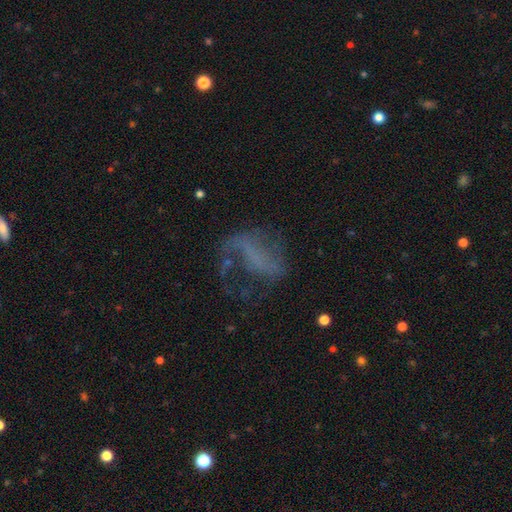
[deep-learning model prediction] This is likely a featured or disk galaxy (62%). It is clearly not viewed edge-on (95%). Bar: marginally no (45%). Spiral arm pattern: likely yes (68%). Central bulge: likely none (74%). Merging: marginally none (41%).